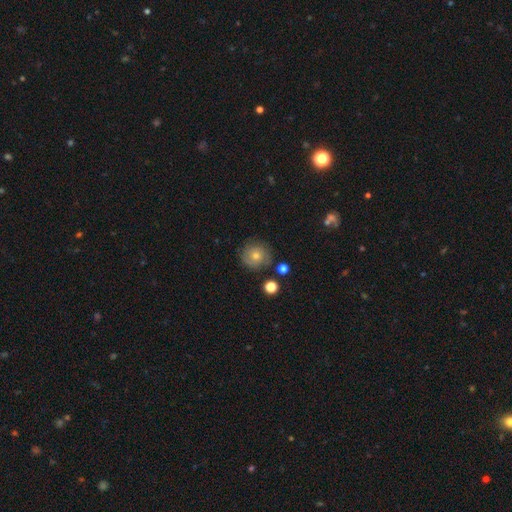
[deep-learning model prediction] Q: Smooth or featured?
A: smooth (46%); runner-up: featured or disk (40%)
Q: Merging?
A: none (82%); runner-up: minor disturbance (12%)